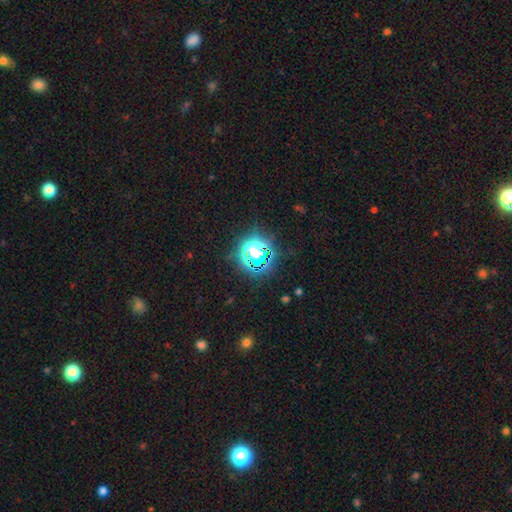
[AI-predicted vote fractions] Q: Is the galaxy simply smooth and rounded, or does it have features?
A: star or artifact — 70%.